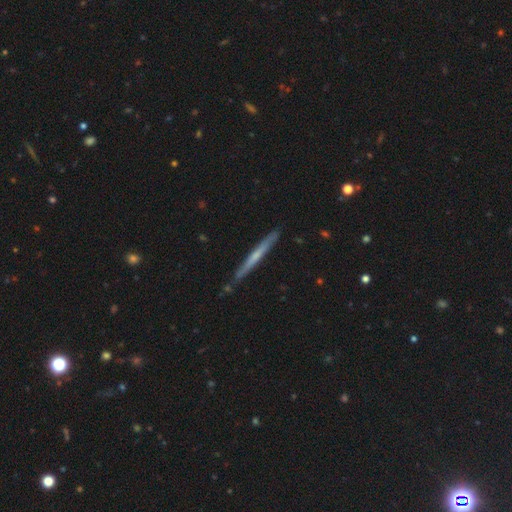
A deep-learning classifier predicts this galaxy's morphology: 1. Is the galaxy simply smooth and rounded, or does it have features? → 54% featured or disk, 41% smooth, 5% star or artifact.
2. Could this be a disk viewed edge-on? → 96% yes, 4% no.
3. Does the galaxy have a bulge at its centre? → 71% none, 22% rounded, 6% boxy.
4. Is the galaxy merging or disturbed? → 85% none, 11% minor disturbance, 2% merger, 2% major disturbance.